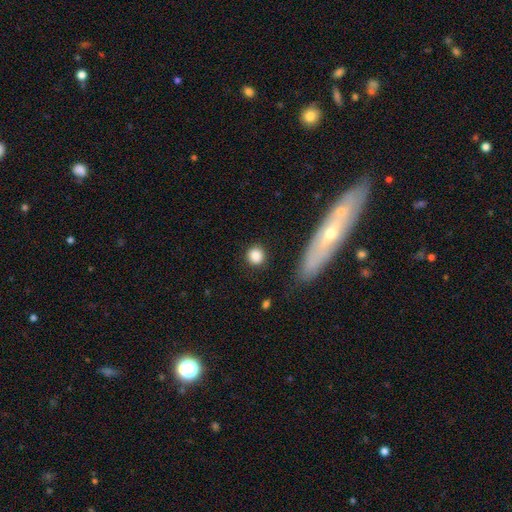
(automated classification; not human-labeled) A smooth galaxy with no disk features (86%) that is round (89%). Merging: none (86%).